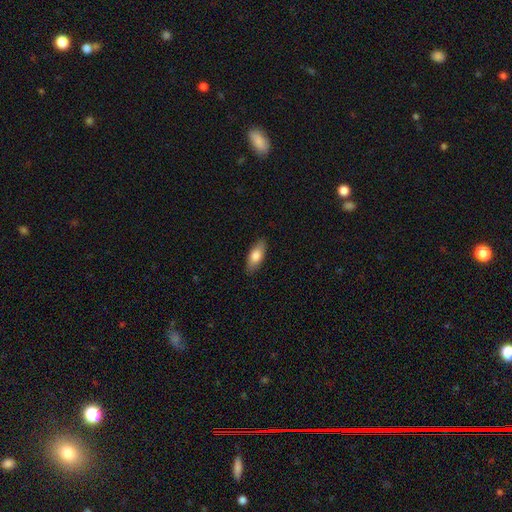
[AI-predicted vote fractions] Smooth or featured?
  - smooth: 79% *
  - featured or disk: 15%
  - star or artifact: 6%
How rounded?
  - in between: 80% *
  - cigar-shaped: 17%
  - round: 2%
Merging?
  - none: 87% *
  - minor disturbance: 10%
  - major disturbance: 2%
  - merger: 1%